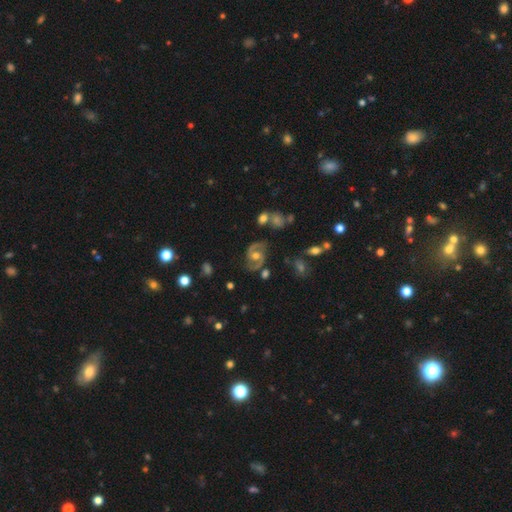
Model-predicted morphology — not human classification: featured or disk 84%, smooth 9%, star or artifact 6%. Down the decision tree: edge-on disk — no (97%); bar — no (51%); spiral arms — yes (94%); spiral arm count — 2 (93%); spiral winding — medium (57%); bulge size — moderate (76%); merging — none (76%).